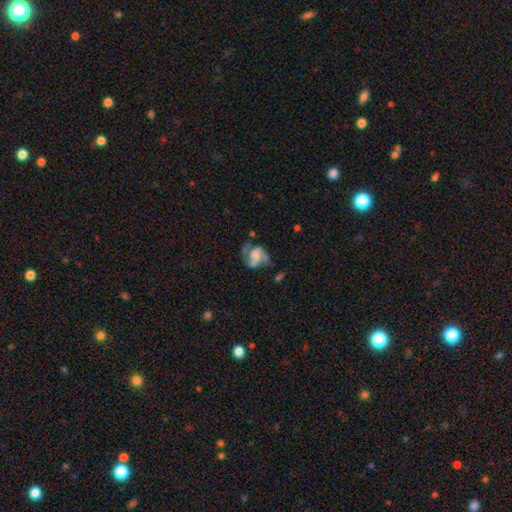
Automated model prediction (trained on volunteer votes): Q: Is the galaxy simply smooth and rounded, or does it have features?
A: featured or disk — 61%.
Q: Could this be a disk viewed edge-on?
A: no — 97%.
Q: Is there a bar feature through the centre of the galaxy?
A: no — 61%.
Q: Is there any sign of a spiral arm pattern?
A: yes — 78%.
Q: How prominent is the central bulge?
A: none — 35%.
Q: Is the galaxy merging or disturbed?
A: none — 38%.